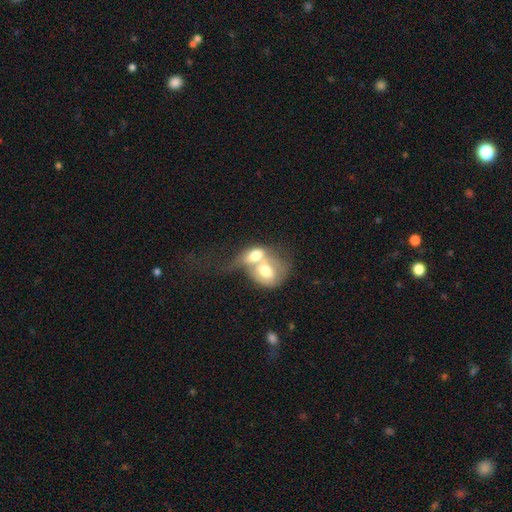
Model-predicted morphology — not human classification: smooth_or_featured: smooth (p=0.57) [alt: featured or disk p=0.36]
how_rounded: in between (p=0.63) [alt: round p=0.35]
merging: merger (p=0.78) [alt: none p=0.09]